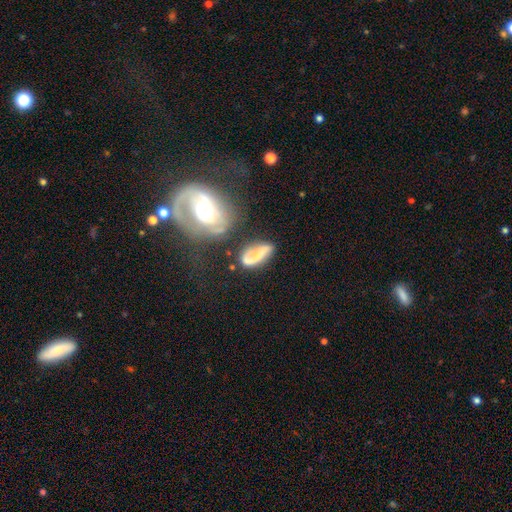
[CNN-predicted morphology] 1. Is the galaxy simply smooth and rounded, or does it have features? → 53% featured or disk, 38% smooth, 9% star or artifact.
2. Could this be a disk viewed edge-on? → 90% no, 10% yes.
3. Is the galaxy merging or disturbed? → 46% none, 24% minor disturbance, 16% major disturbance, 15% merger.